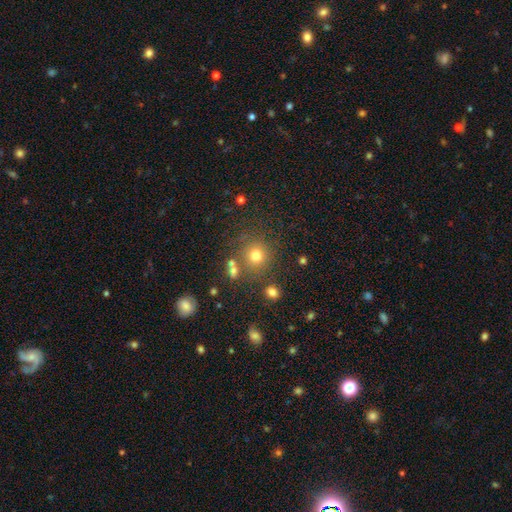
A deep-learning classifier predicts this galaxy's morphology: A smooth galaxy with no disk features (73%) that is round (91%). Merging: none (76%).